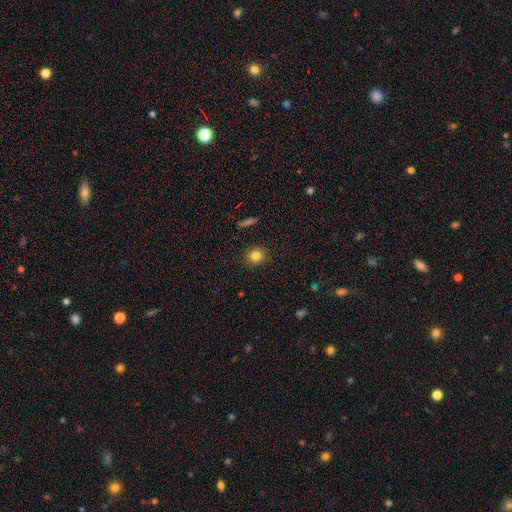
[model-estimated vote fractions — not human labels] Smooth or featured? Predicted: smooth (p=0.82). How rounded? Predicted: round (p=0.90). Merging? Predicted: none (p=0.91).